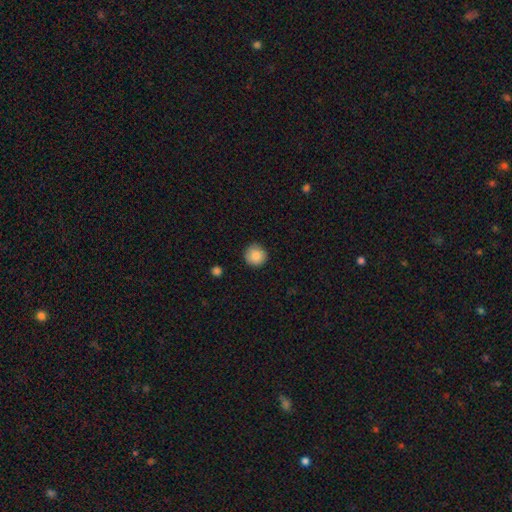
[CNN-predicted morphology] A smooth galaxy with no disk features (87%) that is round (95%).

Vote fractions:
- Smooth or featured? smooth: 87% / star or artifact: 9% / featured or disk: 4%
- How rounded? round: 95% / in between: 4% / cigar-shaped: 1%
- Merging? none: 90% / minor disturbance: 7% / major disturbance: 2% / merger: 1%